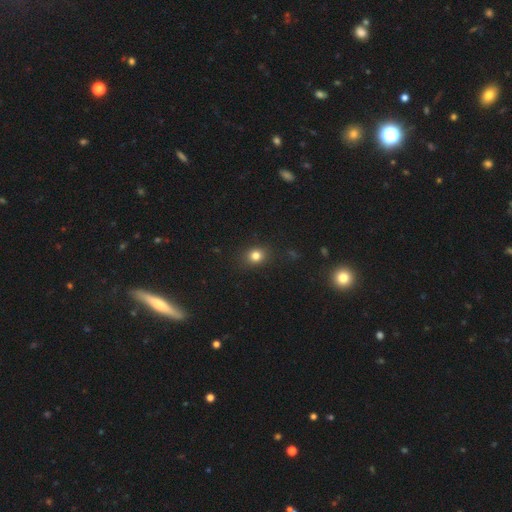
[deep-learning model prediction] Smooth or featured?
  - smooth: 80% *
  - star or artifact: 14%
  - featured or disk: 6%
How rounded?
  - round: 68% *
  - in between: 31%
  - cigar-shaped: 1%
Merging?
  - none: 87% *
  - minor disturbance: 9%
  - major disturbance: 3%
  - merger: 1%